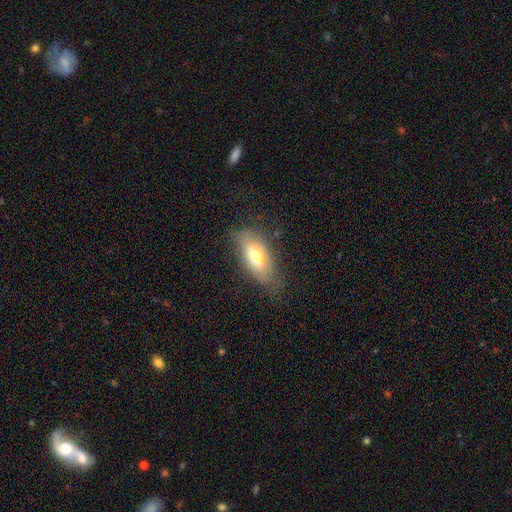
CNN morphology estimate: Q: Smooth or featured?
A: smooth (62%); runner-up: featured or disk (30%)
Q: How rounded?
A: in between (81%); runner-up: cigar-shaped (16%)
Q: Merging?
A: none (69%); runner-up: minor disturbance (22%)